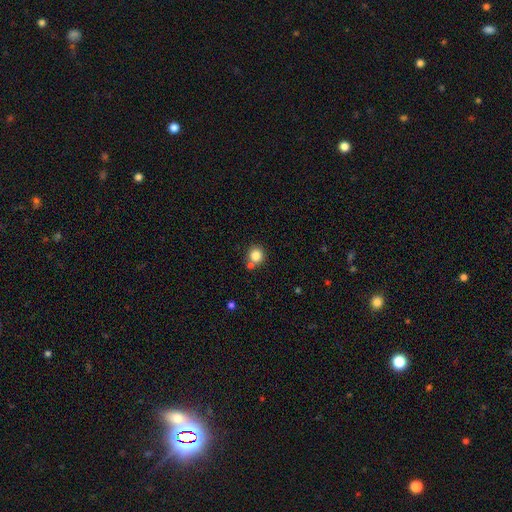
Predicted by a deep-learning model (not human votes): Smooth or featured?
  - smooth: 82% *
  - star or artifact: 11%
  - featured or disk: 6%
How rounded?
  - round: 89% *
  - in between: 10%
  - cigar-shaped: 1%
Merging?
  - none: 69% *
  - merger: 19%
  - minor disturbance: 9%
  - major disturbance: 3%